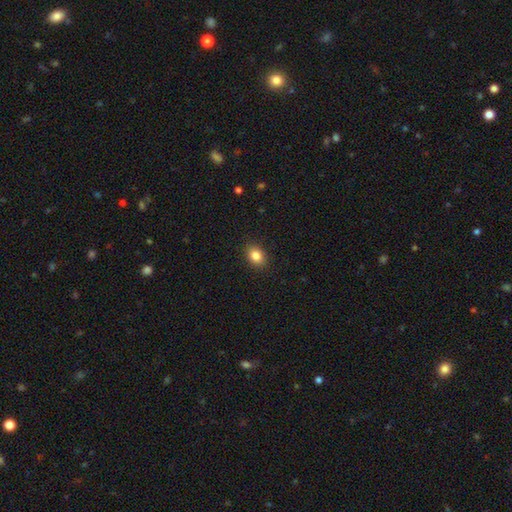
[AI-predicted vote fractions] A smooth galaxy with no disk features (85%) that is in between round and cigar-shaped (68%).

Vote fractions:
- Smooth or featured? smooth: 85% / star or artifact: 9% / featured or disk: 6%
- How rounded? in between: 68% / round: 31% / cigar-shaped: 1%
- Merging? none: 90% / minor disturbance: 7% / major disturbance: 2% / merger: 1%